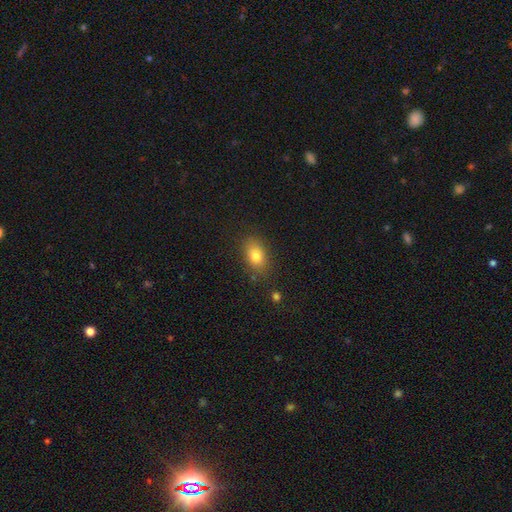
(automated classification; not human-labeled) This is likely a smooth galaxy (80%). How rounded: clearly in between (81%). Merging: clearly none (81%).